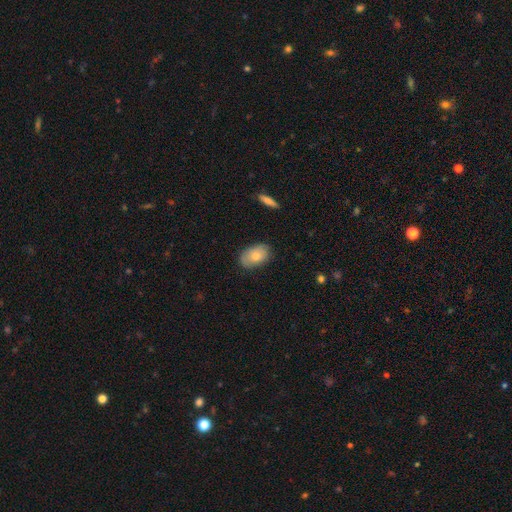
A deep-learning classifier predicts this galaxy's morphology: This appears to be a smooth galaxy with no disk features (75%) that is in between round and cigar-shaped (89%). Merging: none (78%).